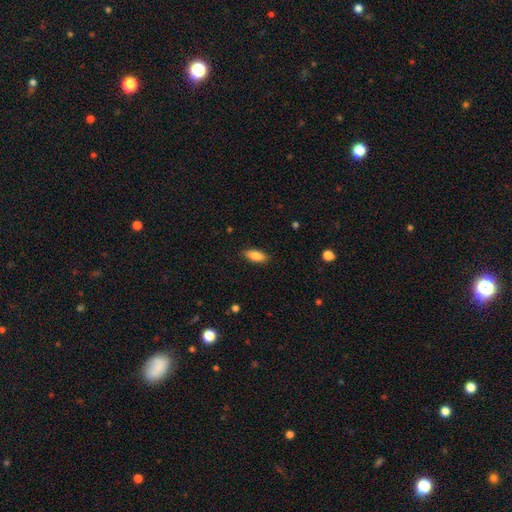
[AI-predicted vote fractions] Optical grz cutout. It shows a smooth galaxy with no disk features (85%) that is in between round and cigar-shaped (80%). Merging: none (87%).